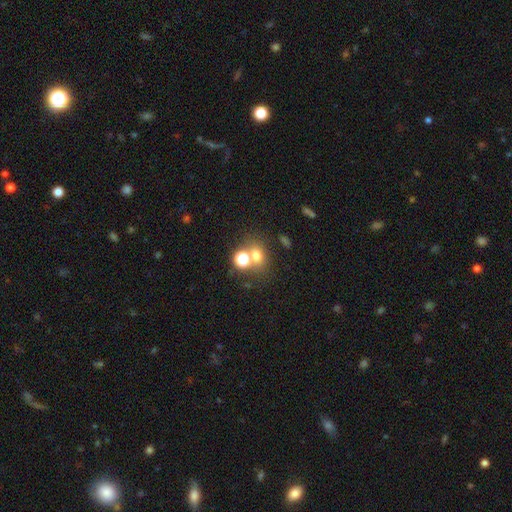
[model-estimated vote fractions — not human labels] Smooth or featured?
  - smooth: 66% *
  - star or artifact: 21%
  - featured or disk: 12%
How rounded?
  - round: 60% *
  - in between: 38%
  - cigar-shaped: 1%
Merging?
  - none: 53% *
  - merger: 33%
  - minor disturbance: 9%
  - major disturbance: 5%